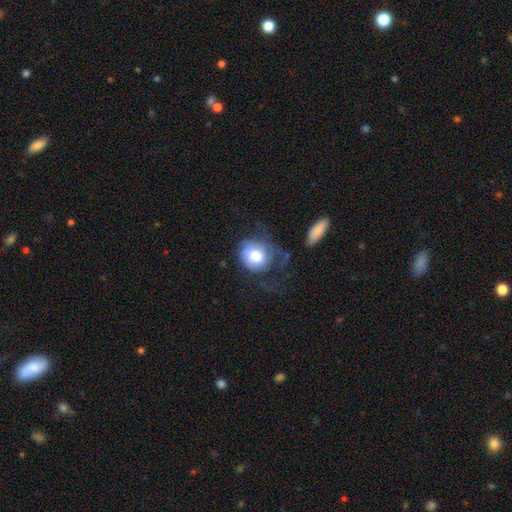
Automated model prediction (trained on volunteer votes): The model was most divided on "merging": major disturbance: 36%, none: 35%, minor disturbance: 25%, merger: 4%. More confident: how rounded — round (79%); smooth or featured — smooth (57%).